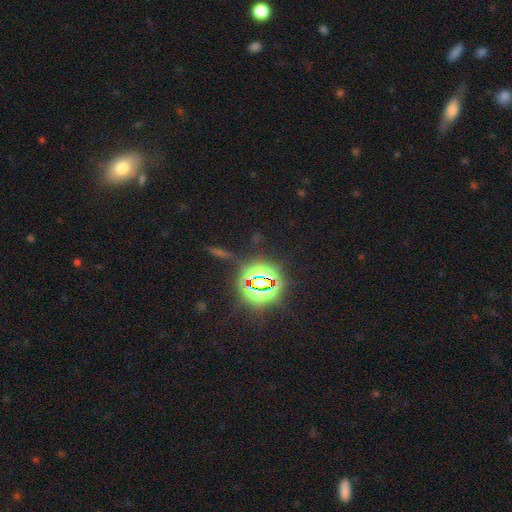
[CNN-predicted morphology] A star or artifact, not a galaxy (81%).